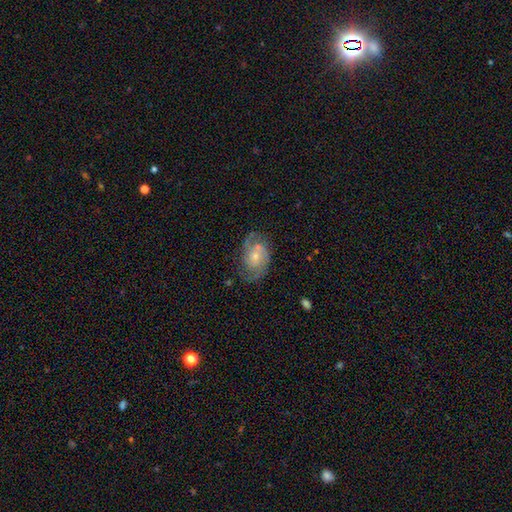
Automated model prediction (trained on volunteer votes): smooth_or_featured: featured or disk (p=0.77) [alt: smooth p=0.16]
disk_edge_on: no (p=0.97) [alt: yes p=0.03]
bar: no (p=0.68) [alt: weak p=0.28]
has_spiral_arms: yes (p=0.92) [alt: no p=0.08]
spiral_winding: medium (p=0.48) [alt: tight p=0.32]
spiral_arm_count: 2 (p=0.75) [alt: can't tell p=0.12]
bulge_size: small (p=0.55) [alt: moderate p=0.38]
merging: none (p=0.66) [alt: minor disturbance p=0.19]